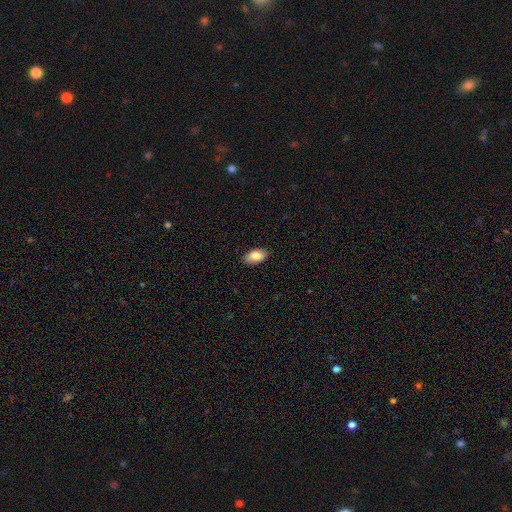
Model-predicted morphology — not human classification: Smooth or featured? smooth (84%)
How rounded? in between (94%)
Merging? none (88%)